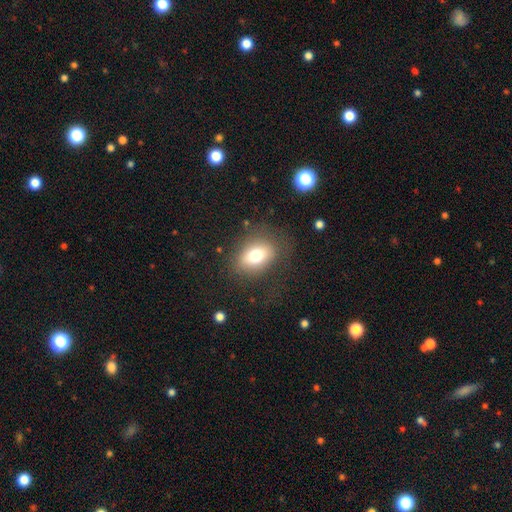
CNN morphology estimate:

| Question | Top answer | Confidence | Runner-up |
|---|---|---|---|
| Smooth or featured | smooth | 75% | featured or disk (15%) |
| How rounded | in between | 73% | round (25%) |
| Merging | none | 73% | minor disturbance (16%) |